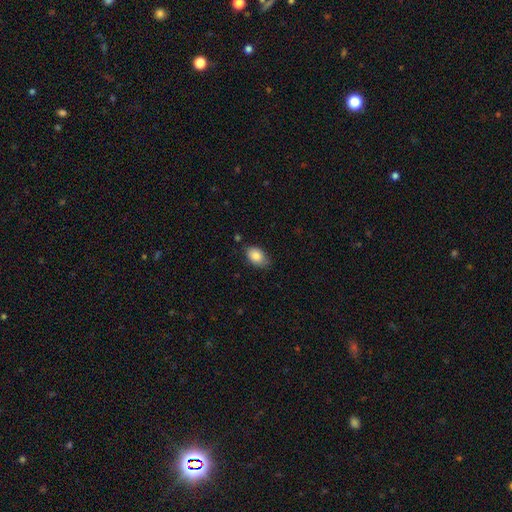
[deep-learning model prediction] smooth 85%, featured or disk 8%, star or artifact 7%. Down the decision tree: how rounded — in between (86%); merging — none (74%).